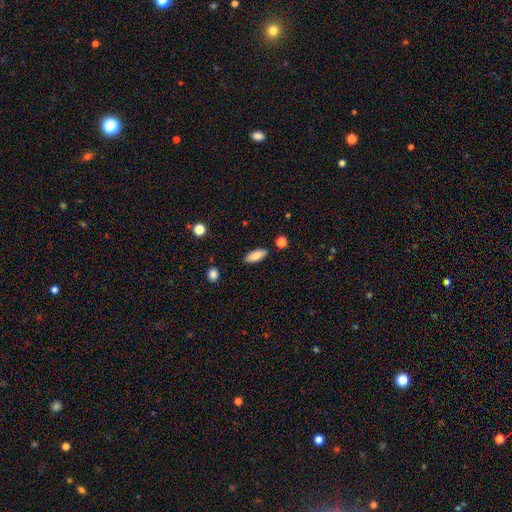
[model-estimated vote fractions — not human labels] Smooth or featured? smooth (84%)
How rounded? in between (80%)
Merging? none (86%)